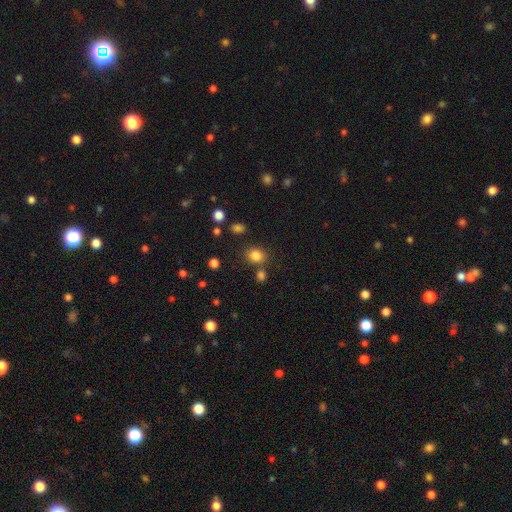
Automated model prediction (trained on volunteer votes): A smooth galaxy with no disk features (82%) that is round (64%).

Vote fractions:
- Smooth or featured? smooth: 82% / star or artifact: 13% / featured or disk: 5%
- How rounded? round: 64% / in between: 35% / cigar-shaped: 1%
- Merging? none: 76% / minor disturbance: 10% / merger: 9% / major disturbance: 4%